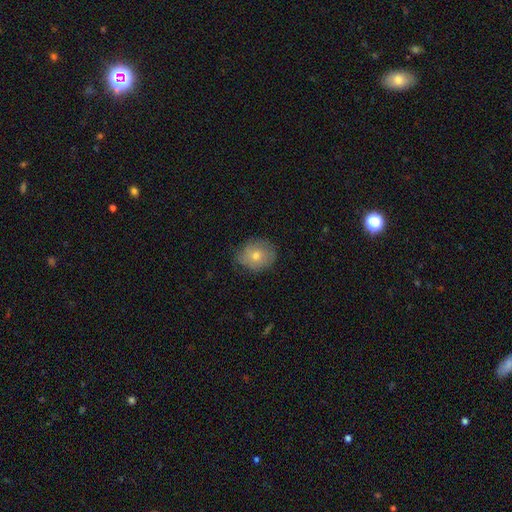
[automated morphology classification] This is likely a smooth galaxy (66%). How rounded: likely round (69%). Merging: likely none (71%).